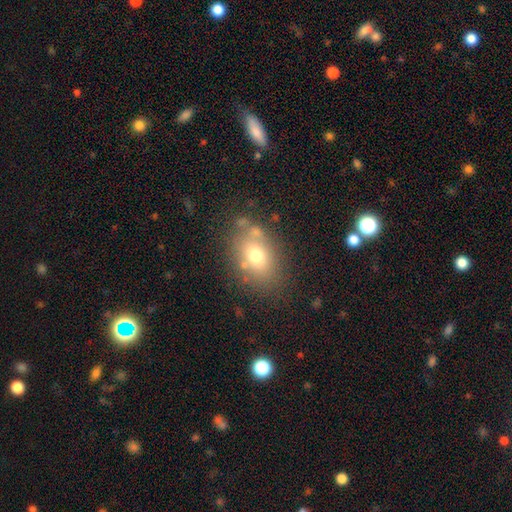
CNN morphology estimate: smooth_or_featured: smooth (p=0.69) [alt: featured or disk p=0.19]
how_rounded: in between (p=0.76) [alt: round p=0.23]
merging: none (p=0.69) [alt: minor disturbance p=0.16]